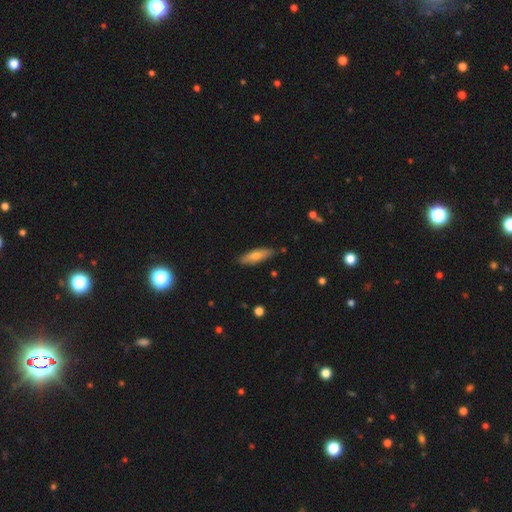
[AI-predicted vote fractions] Smooth or featured?
  - smooth: 68% *
  - featured or disk: 26%
  - star or artifact: 6%
How rounded?
  - cigar-shaped: 52% *
  - in between: 46%
  - round: 2%
Merging?
  - none: 84% *
  - minor disturbance: 13%
  - major disturbance: 2%
  - merger: 2%